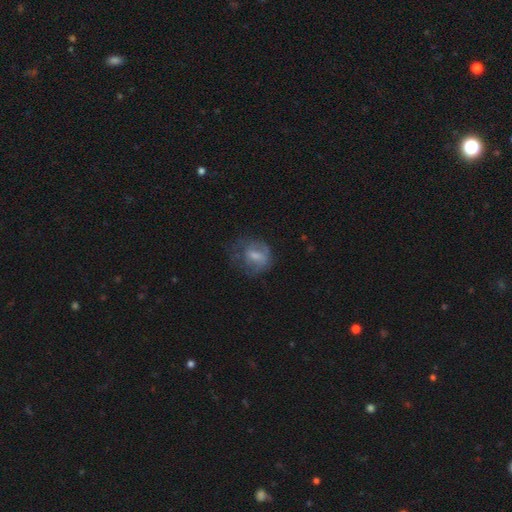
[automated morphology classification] A smooth galaxy with no disk features (53%) that is round (55%).

Vote fractions:
- Smooth or featured? smooth: 53% / featured or disk: 37% / star or artifact: 10%
- How rounded? round: 55% / in between: 43% / cigar-shaped: 2%
- Merging? none: 43% / major disturbance: 28% / minor disturbance: 27% / merger: 2%